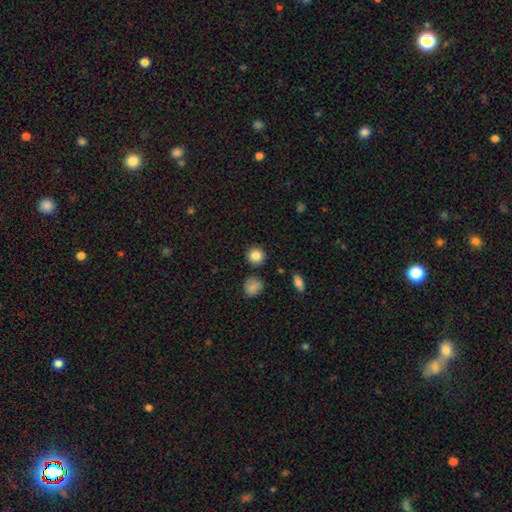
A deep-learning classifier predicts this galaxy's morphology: Smooth or featured?
  - smooth: 85% *
  - star or artifact: 10%
  - featured or disk: 5%
How rounded?
  - round: 91% *
  - in between: 8%
  - cigar-shaped: 1%
Merging?
  - none: 88% *
  - minor disturbance: 7%
  - merger: 3%
  - major disturbance: 2%